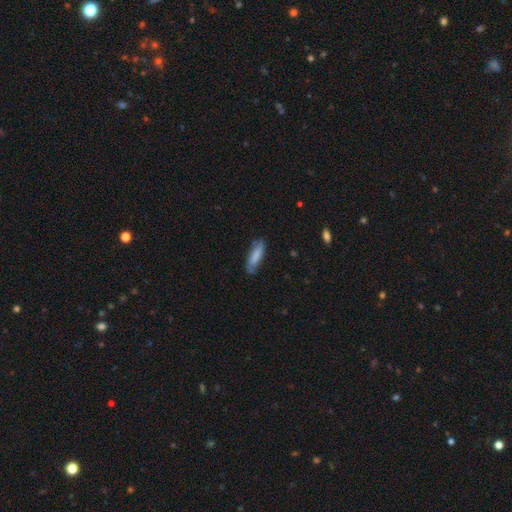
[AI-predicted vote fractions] Smooth or featured?
  - smooth: 77% *
  - featured or disk: 17%
  - star or artifact: 6%
How rounded?
  - cigar-shaped: 59% *
  - in between: 39%
  - round: 2%
Merging?
  - none: 76% *
  - minor disturbance: 19%
  - major disturbance: 4%
  - merger: 2%